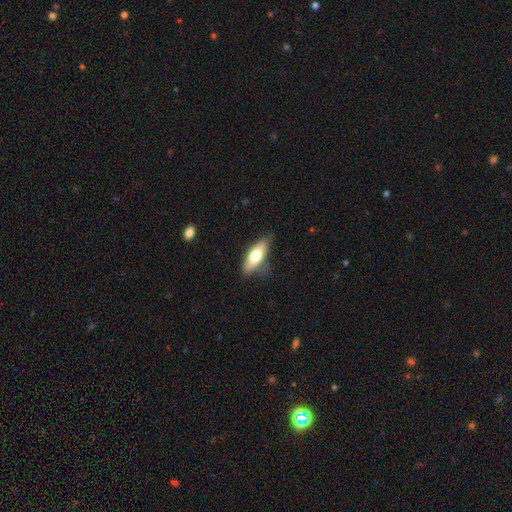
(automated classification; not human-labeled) Smooth or featured: smooth — 65% (featured or disk — 29%)
How rounded: in between — 64% (cigar-shaped — 33%)
Merging: none — 74% (minor disturbance — 19%)